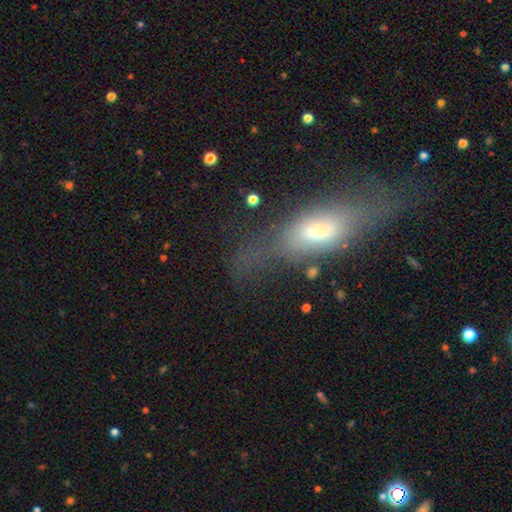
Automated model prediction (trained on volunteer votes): Overall: featured or disk (47%; smooth 39%). Merging: none (59%; minor disturbance 22%).